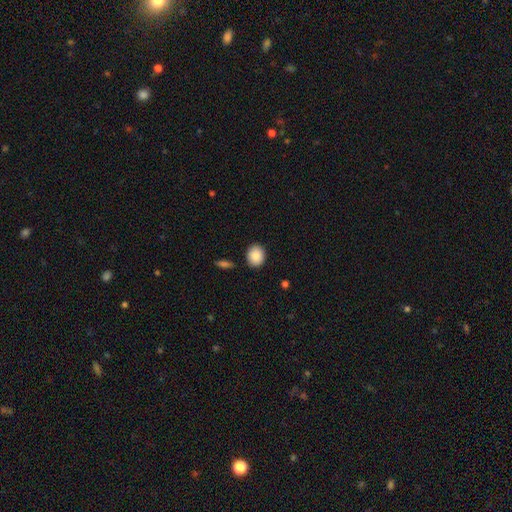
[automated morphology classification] This is clearly a smooth galaxy (89%). How rounded: likely round (67%). Merging: clearly none (89%).